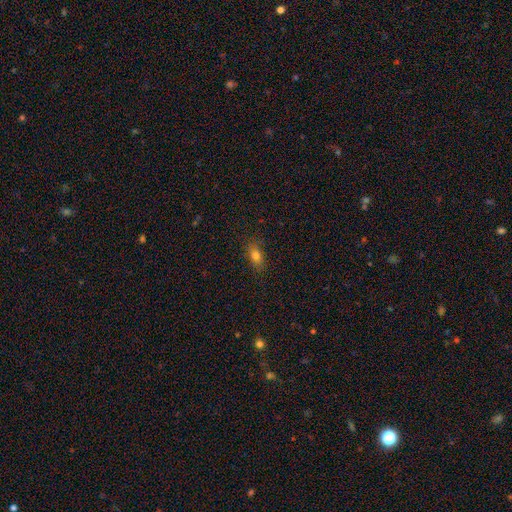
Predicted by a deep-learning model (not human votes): smooth-or-featured: smooth: 78% | star or artifact: 12% | featured or disk: 11%
  how-rounded: in between: 79% | round: 13% | cigar-shaped: 7%
  merging: none: 83% | minor disturbance: 13% | major disturbance: 3% | merger: 1%